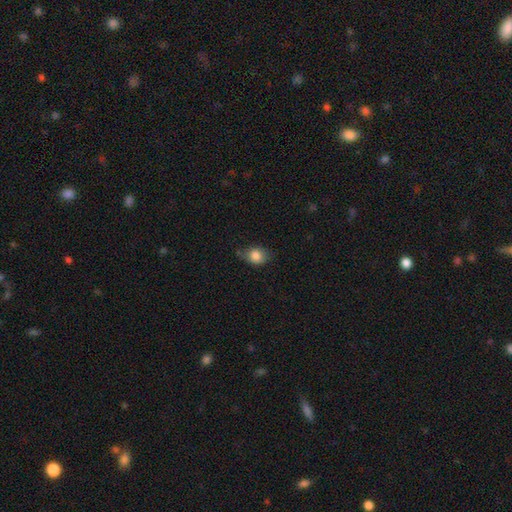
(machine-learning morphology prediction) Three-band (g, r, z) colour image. It shows a smooth galaxy with no disk features (83%) that is in between round and cigar-shaped (57%). Merging: none (62%).